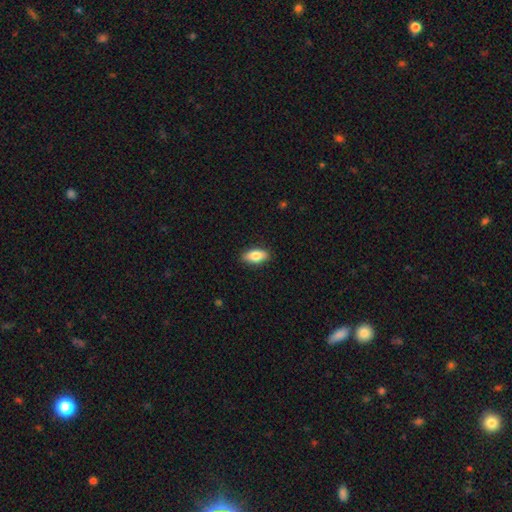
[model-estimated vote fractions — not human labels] Q: Smooth or featured?
A: smooth (81%); runner-up: featured or disk (12%)
Q: How rounded?
A: in between (87%); runner-up: cigar-shaped (9%)
Q: Merging?
A: none (89%); runner-up: minor disturbance (9%)